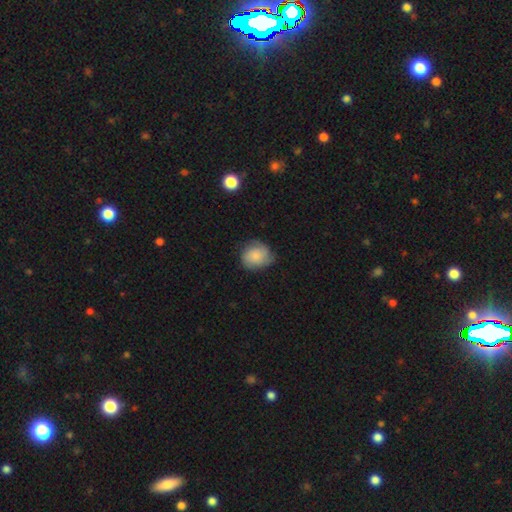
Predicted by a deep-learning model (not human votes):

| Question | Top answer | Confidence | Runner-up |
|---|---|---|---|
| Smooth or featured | smooth | 67% | featured or disk (25%) |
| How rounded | round | 71% | in between (28%) |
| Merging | none | 63% | minor disturbance (28%) |